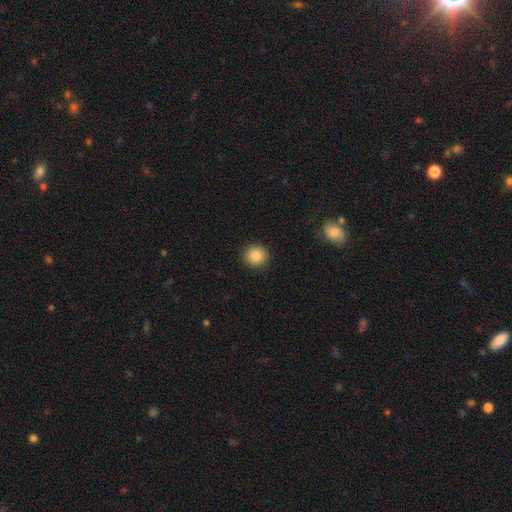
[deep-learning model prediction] smooth_or_featured: smooth (p=0.86) [alt: star or artifact p=0.09]
how_rounded: round (p=0.88) [alt: in between p=0.11]
merging: none (p=0.92) [alt: minor disturbance p=0.06]